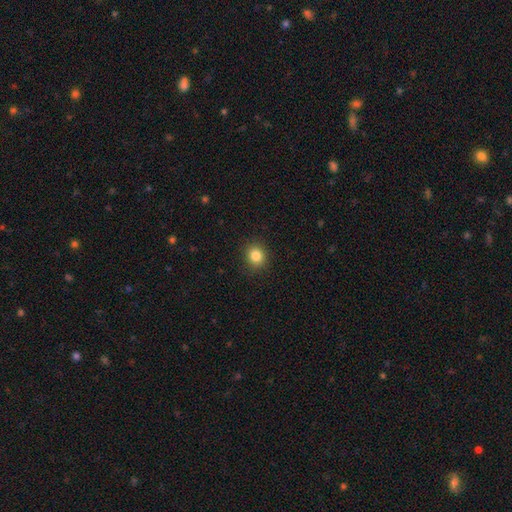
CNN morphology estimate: Smooth or featured? smooth (85%)
How rounded? round (79%)
Merging? none (90%)